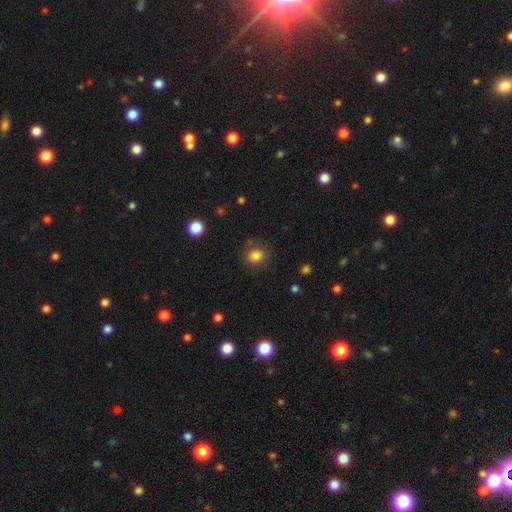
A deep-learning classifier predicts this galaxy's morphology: Smooth or featured: smooth — 82% (star or artifact — 12%)
How rounded: round — 71% (in between — 29%)
Merging: none — 81% (minor disturbance — 12%)